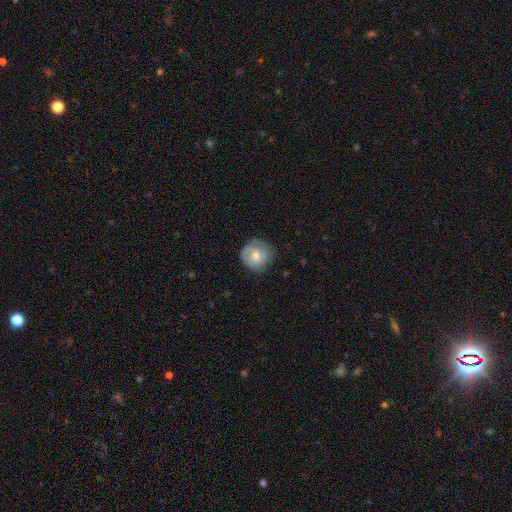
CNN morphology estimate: type=featured or disk (48%); merging=none (73%).